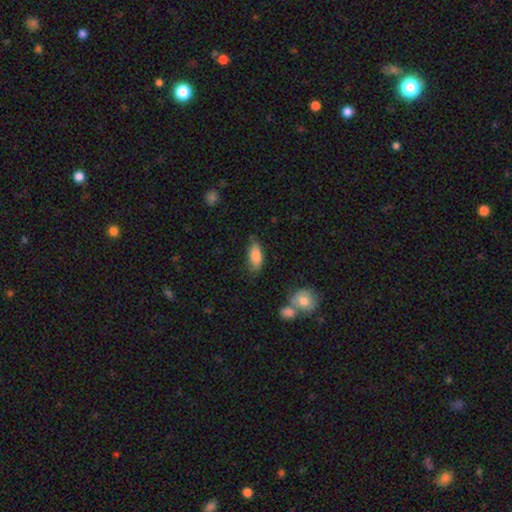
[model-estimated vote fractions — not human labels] Smooth or featured: smooth — 83% (featured or disk — 10%)
How rounded: in between — 79% (cigar-shaped — 18%)
Merging: none — 72% (minor disturbance — 20%)